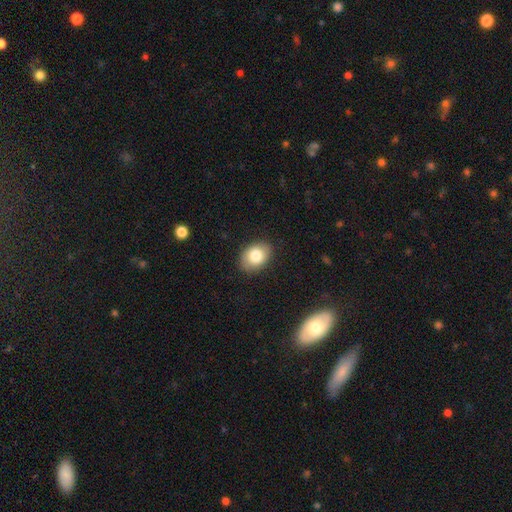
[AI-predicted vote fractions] Overall: smooth (81%). How rounded: in between (76%). Merging: none (86%).